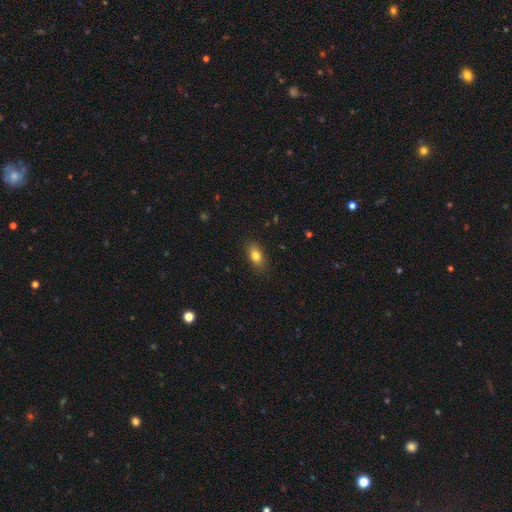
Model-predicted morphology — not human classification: smooth 81%, featured or disk 10%, star or artifact 9%. Down the decision tree: how rounded — in between (84%); merging — none (85%).